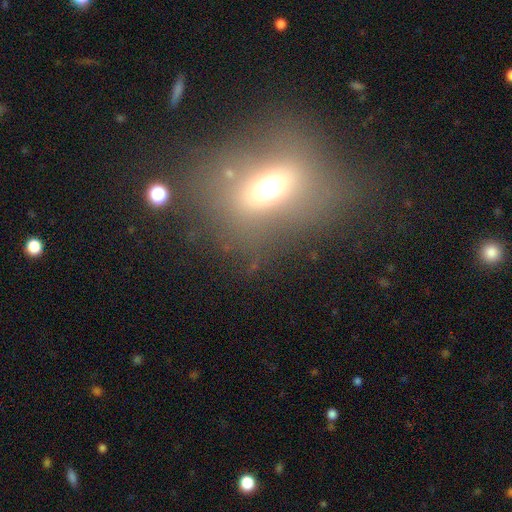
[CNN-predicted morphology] type=smooth (51%); roundness=in between (57%); merging=none (60%).